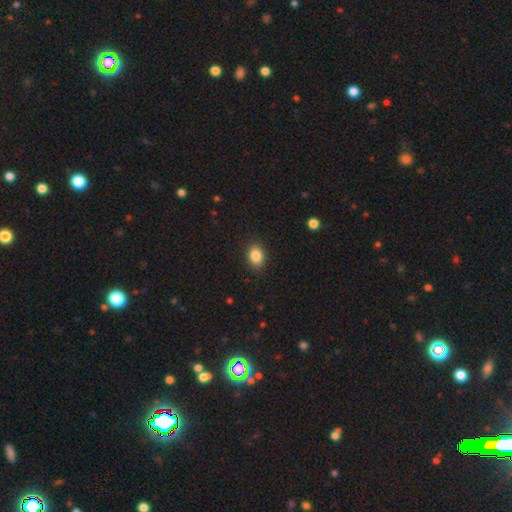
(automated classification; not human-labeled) Morphology: type=smooth (86%); roundness=in between (74%); merging=none (88%).